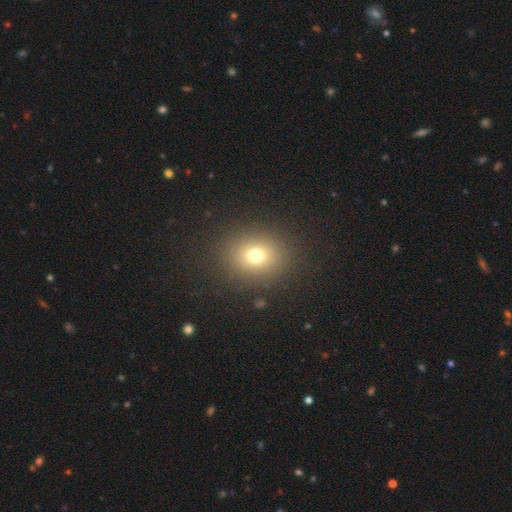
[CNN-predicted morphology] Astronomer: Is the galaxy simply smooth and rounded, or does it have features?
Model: smooth — 73%.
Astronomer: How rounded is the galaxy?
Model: round — 71%.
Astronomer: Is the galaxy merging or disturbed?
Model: none — 88%.